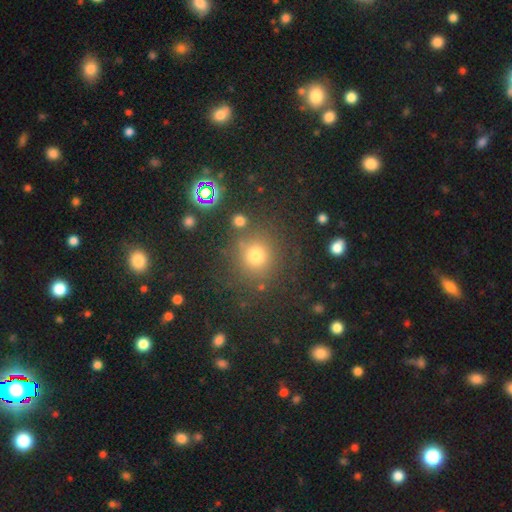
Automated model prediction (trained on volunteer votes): smooth_or_featured: smooth (p=0.72) [alt: star or artifact p=0.20]
how_rounded: round (p=0.90) [alt: in between p=0.09]
merging: none (p=0.80) [alt: minor disturbance p=0.10]